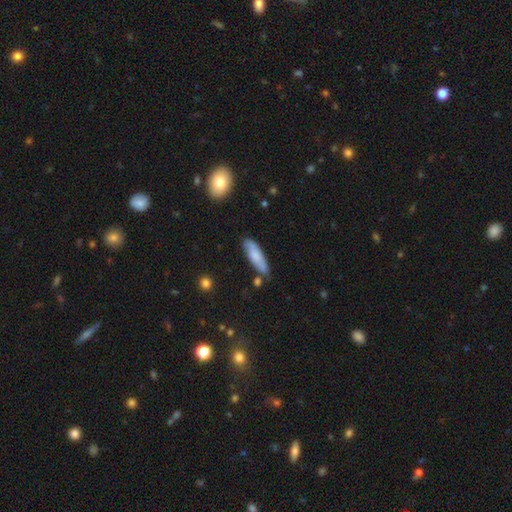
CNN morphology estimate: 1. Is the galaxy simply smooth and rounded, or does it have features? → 75% smooth, 19% featured or disk, 6% star or artifact.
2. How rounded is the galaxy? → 57% cigar-shaped, 41% in between, 2% round.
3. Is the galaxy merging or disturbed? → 76% none, 17% minor disturbance, 5% merger, 3% major disturbance.